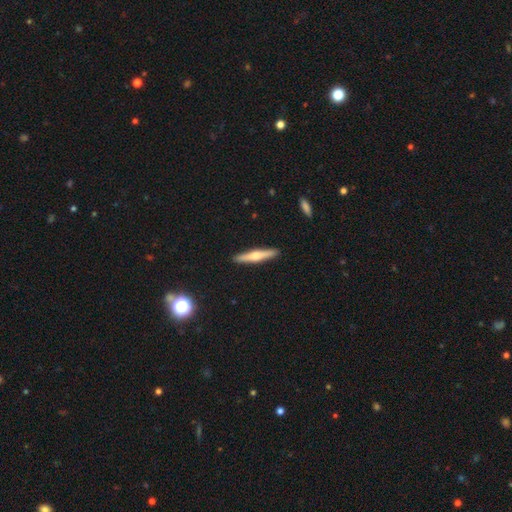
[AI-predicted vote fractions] smooth_or_featured: featured or disk (p=0.58) [alt: smooth p=0.36]
disk_edge_on: yes (p=0.97) [alt: no p=0.03]
edge_on_bulge: rounded (p=0.87) [alt: boxy p=0.07]
merging: none (p=0.92) [alt: minor disturbance p=0.06]